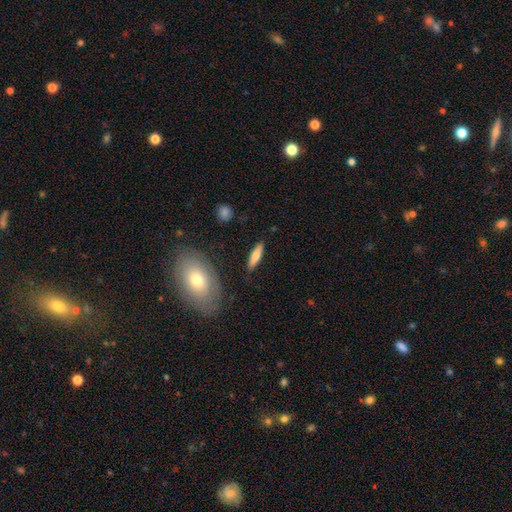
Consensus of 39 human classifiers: Morphology: type=smooth (62%); roundness=cigar-shaped (92%); merging=none (79%).